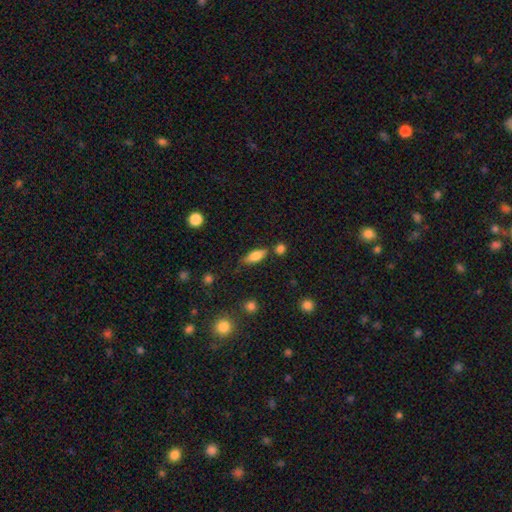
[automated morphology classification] A smooth galaxy with no disk features (74%) that is in between round and cigar-shaped (67%).

Vote fractions:
- Smooth or featured? smooth: 74% / featured or disk: 19% / star or artifact: 8%
- How rounded? in between: 67% / cigar-shaped: 30% / round: 3%
- Merging? none: 71% / minor disturbance: 16% / merger: 8% / major disturbance: 4%